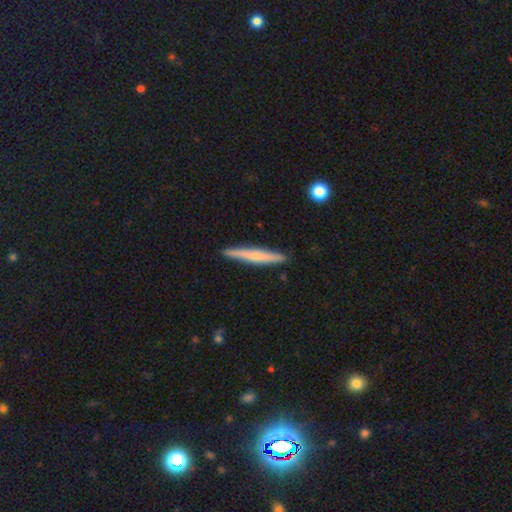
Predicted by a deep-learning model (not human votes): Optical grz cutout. It shows a smooth galaxy with no disk features (52%) that is cigar-shaped (95%). Merging: none (90%).